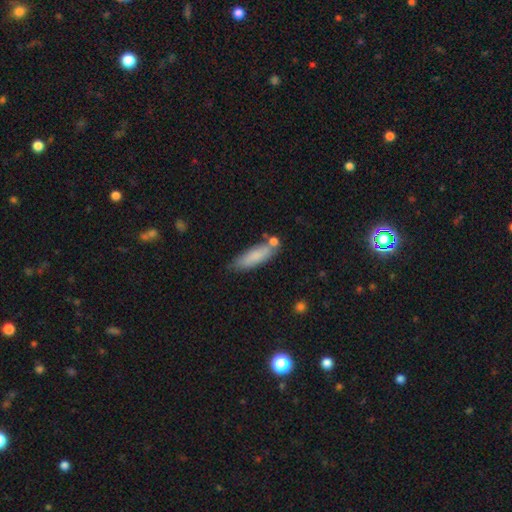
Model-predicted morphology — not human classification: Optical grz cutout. It shows a smooth galaxy with no disk features (79%) that is cigar-shaped (57%). Merging: none (66%).